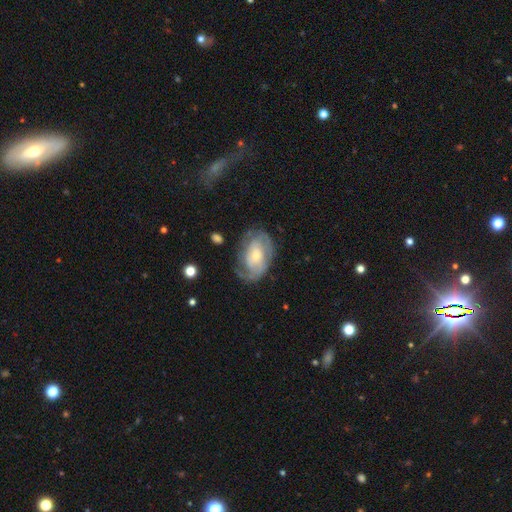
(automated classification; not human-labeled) Q: Smooth or featured?
A: featured or disk (73%); runner-up: smooth (22%)
Q: Edge-on disk?
A: no (96%); runner-up: yes (4%)
Q: Bar?
A: no (67%); runner-up: weak (27%)
Q: Spiral arms?
A: yes (84%); runner-up: no (16%)
Q: Spiral winding?
A: tight (53%); runner-up: medium (33%)
Q: Spiral arm count?
A: can't tell (40%); runner-up: 2 (36%)
Q: Bulge size?
A: small (54%); runner-up: moderate (37%)
Q: Merging?
A: none (61%); runner-up: minor disturbance (23%)